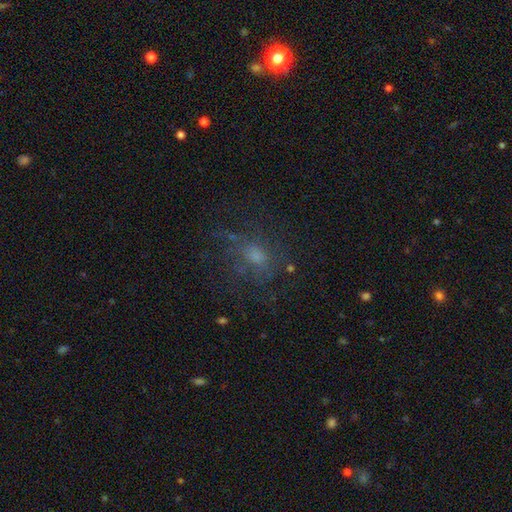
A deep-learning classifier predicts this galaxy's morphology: A featured or disk galaxy (41%).

Vote fractions:
- Smooth or featured? featured or disk: 41% / smooth: 37% / star or artifact: 22%
- Merging? none: 58% / major disturbance: 22% / minor disturbance: 18% / merger: 2%